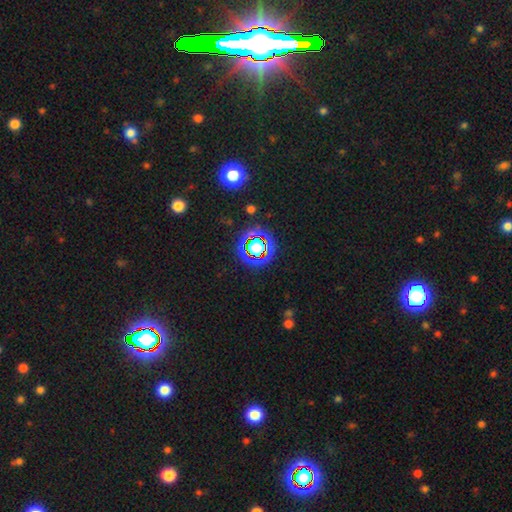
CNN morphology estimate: Overall: star or artifact (79%).